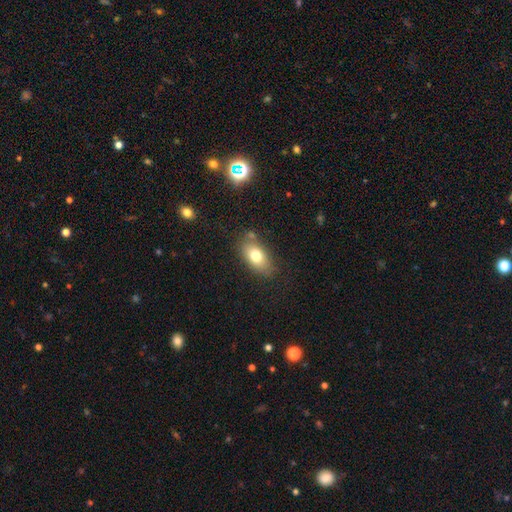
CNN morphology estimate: smooth 74%, featured or disk 17%, star or artifact 9%. Down the decision tree: how rounded — in between (87%); merging — none (73%).